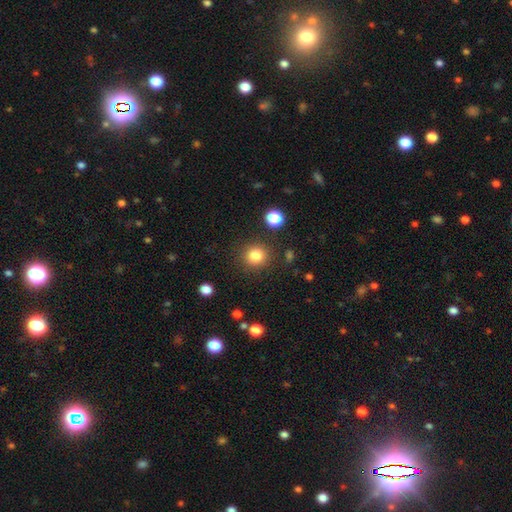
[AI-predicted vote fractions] Overall: smooth (82%). How rounded: round (91%). Merging: none (88%).